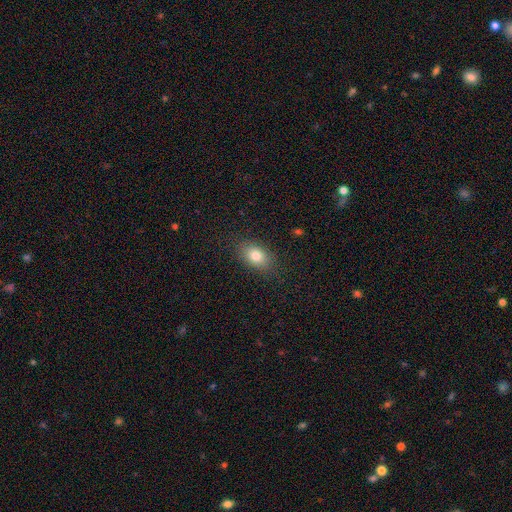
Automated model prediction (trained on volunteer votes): smooth-or-featured: smooth: 81% | featured or disk: 9% | star or artifact: 9%
  how-rounded: in between: 84% | round: 14% | cigar-shaped: 2%
  merging: none: 84% | minor disturbance: 11% | major disturbance: 3% | merger: 1%